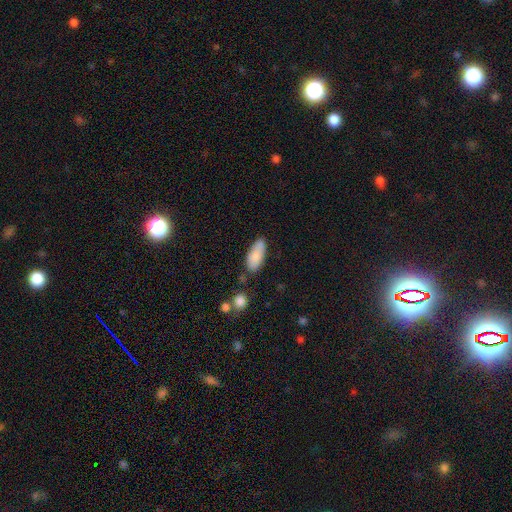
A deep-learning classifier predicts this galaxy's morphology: The model was most divided on "merging": none: 71%, minor disturbance: 19%, merger: 5%, major disturbance: 4%. More confident: smooth or featured — smooth (86%); how rounded — in between (81%).